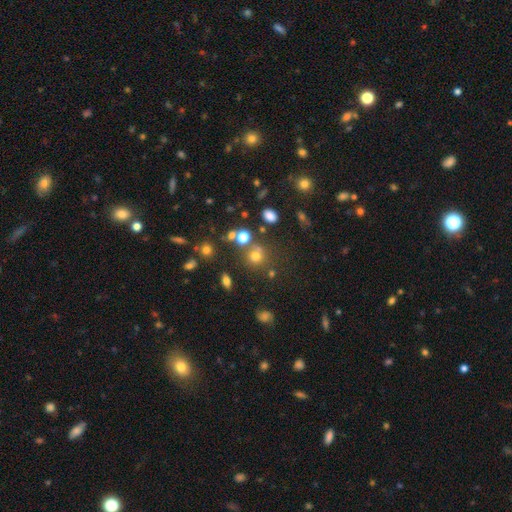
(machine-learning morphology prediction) Smooth or featured: smooth — 66% (star or artifact — 24%)
How rounded: round — 85% (in between — 14%)
Merging: none — 66% (merger — 18%)